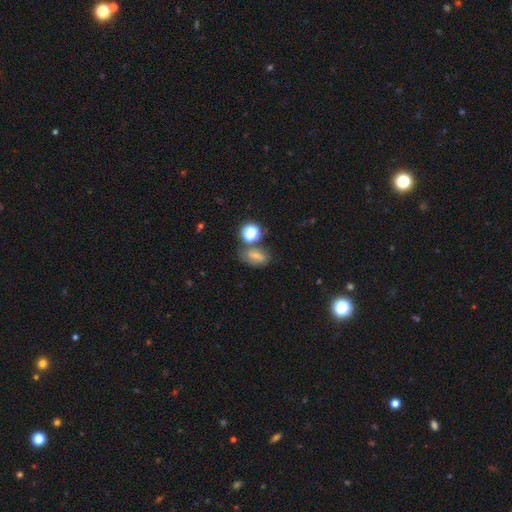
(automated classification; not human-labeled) Overall: smooth (54%; featured or disk 26%). How rounded: in between (72%). Merging: none (60%).